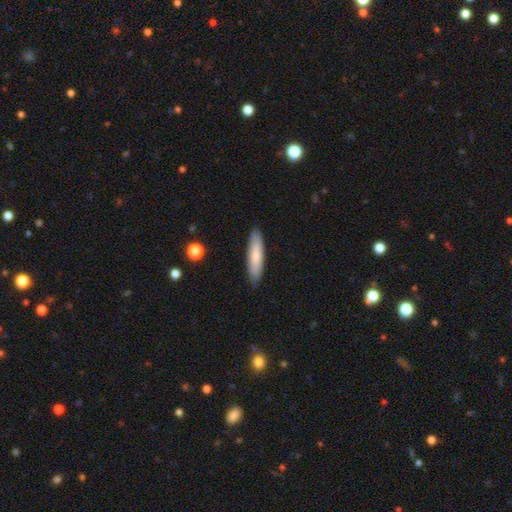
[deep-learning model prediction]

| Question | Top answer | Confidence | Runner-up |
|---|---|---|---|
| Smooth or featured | smooth | 79% | featured or disk (15%) |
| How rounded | cigar-shaped | 77% | in between (22%) |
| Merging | none | 88% | minor disturbance (9%) |